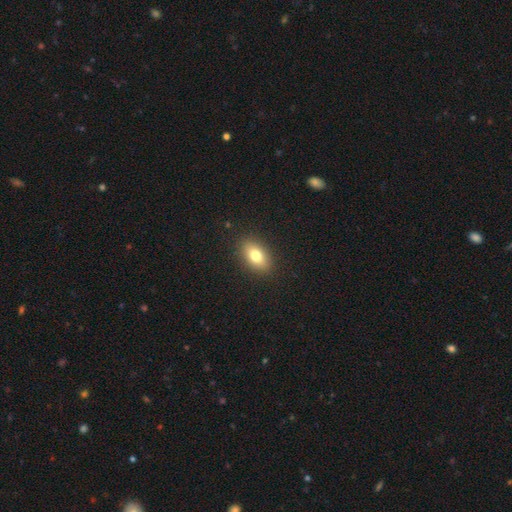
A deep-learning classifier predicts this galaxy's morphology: A smooth galaxy with no disk features (78%) that is in between round and cigar-shaped (87%).

Vote fractions:
- Smooth or featured? smooth: 78% / featured or disk: 13% / star or artifact: 9%
- How rounded? in between: 87% / round: 10% / cigar-shaped: 3%
- Merging? none: 89% / minor disturbance: 8% / major disturbance: 2% / merger: 1%